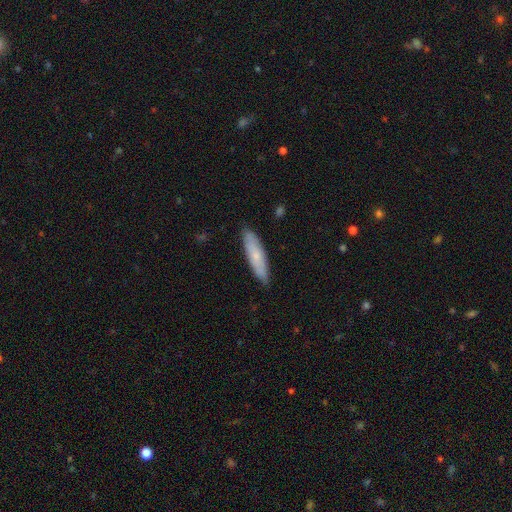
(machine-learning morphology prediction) A smooth galaxy with no disk features (68%) that is cigar-shaped (75%).

Vote fractions:
- Smooth or featured? smooth: 68% / featured or disk: 26% / star or artifact: 6%
- How rounded? cigar-shaped: 75% / in between: 23% / round: 2%
- Merging? none: 86% / minor disturbance: 11% / major disturbance: 2% / merger: 1%